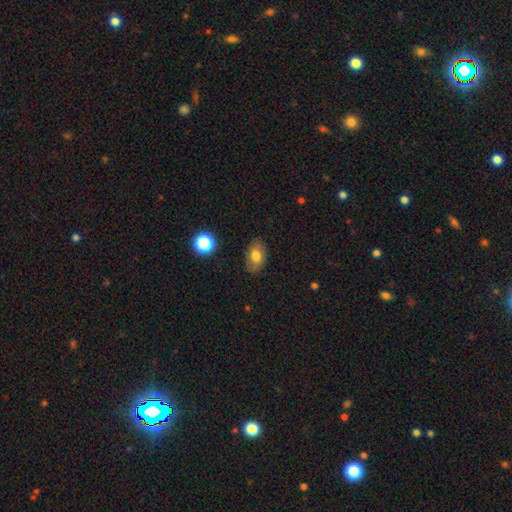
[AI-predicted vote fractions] Morphology: type=smooth (73%); roundness=in between (85%); merging=none (82%).